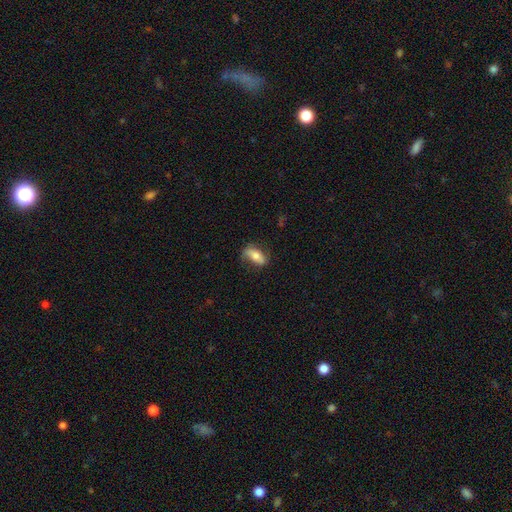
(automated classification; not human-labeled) This is likely a smooth galaxy (64%). How rounded: clearly in between (82%). Merging: likely none (67%).